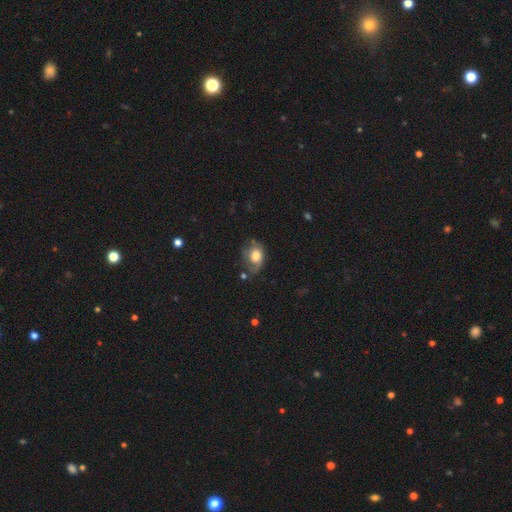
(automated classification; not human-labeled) Morphology: type=smooth (53%); roundness=in between (60%); merging=none (43%).